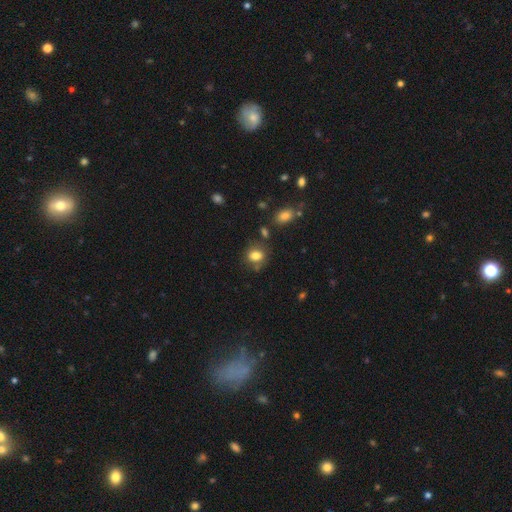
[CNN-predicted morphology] smooth 81%, star or artifact 10%, featured or disk 9%. Down the decision tree: how rounded — in between (50%); merging — none (70%).